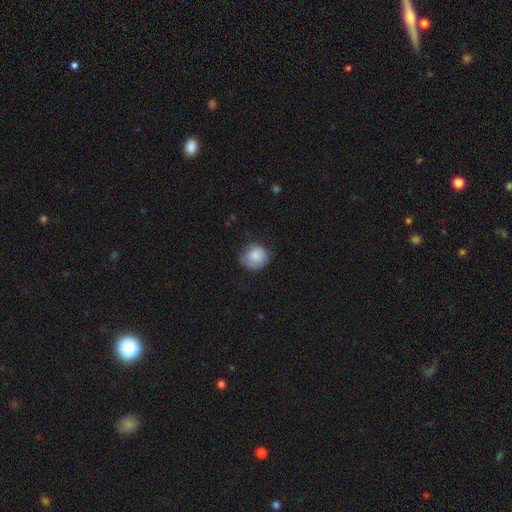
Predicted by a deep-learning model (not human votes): A smooth galaxy with no disk features (84%) that is round (78%).

Vote fractions:
- Smooth or featured? smooth: 84% / featured or disk: 8% / star or artifact: 7%
- How rounded? round: 78% / in between: 21% / cigar-shaped: 1%
- Merging? none: 62% / minor disturbance: 29% / major disturbance: 8% / merger: 1%